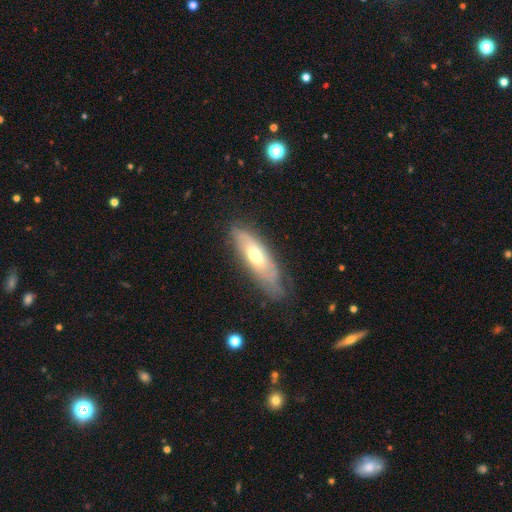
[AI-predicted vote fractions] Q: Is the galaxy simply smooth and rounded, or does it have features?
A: featured or disk — 52%.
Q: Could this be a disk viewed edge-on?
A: no — 63%.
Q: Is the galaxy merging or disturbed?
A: none — 62%.